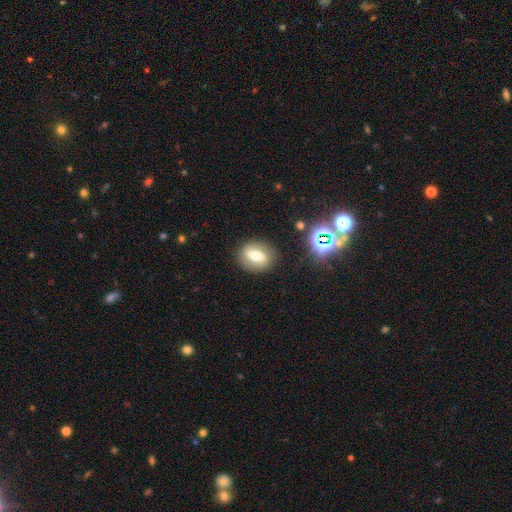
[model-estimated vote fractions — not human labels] Morphology: type=smooth (51%); roundness=in between (51%); merging=none (84%).